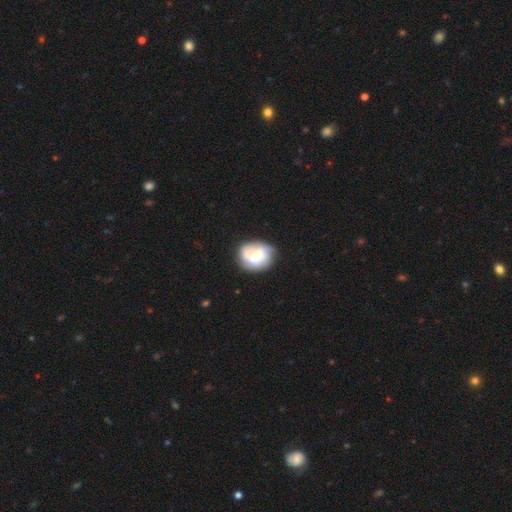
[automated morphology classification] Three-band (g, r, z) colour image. It shows a featured or disk galaxy (48%). Merging: none (62%).